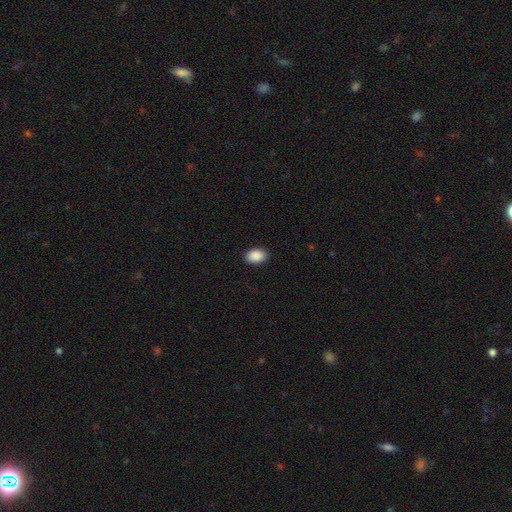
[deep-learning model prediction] Smooth or featured? Predicted: smooth (p=0.90). How rounded? Predicted: in between (p=0.87). Merging? Predicted: none (p=0.90).